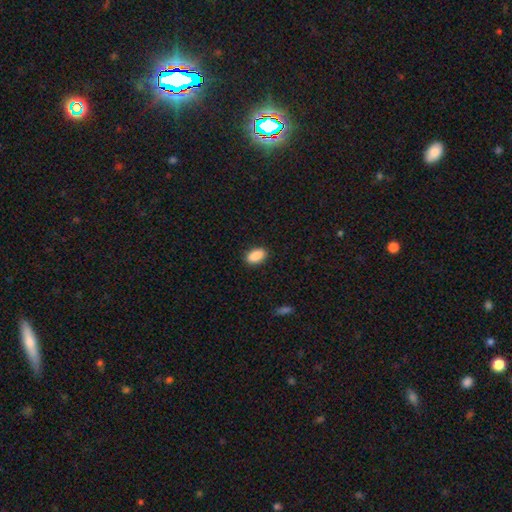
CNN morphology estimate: This appears to be a smooth galaxy with no disk features (90%) that is in between round and cigar-shaped (92%). Merging: none (89%).